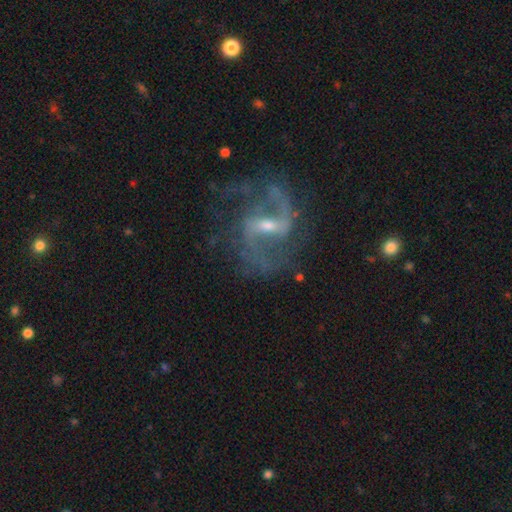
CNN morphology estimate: Q: Smooth or featured?
A: featured or disk (90%); runner-up: star or artifact (7%)
Q: Edge-on disk?
A: no (98%); runner-up: yes (2%)
Q: Bar?
A: weak (49%); runner-up: strong (38%)
Q: Spiral arms?
A: yes (97%); runner-up: no (3%)
Q: Spiral winding?
A: medium (52%); runner-up: loose (37%)
Q: Spiral arm count?
A: 2 (87%); runner-up: 3 (4%)
Q: Bulge size?
A: small (59%); runner-up: moderate (36%)
Q: Merging?
A: none (69%); runner-up: minor disturbance (17%)